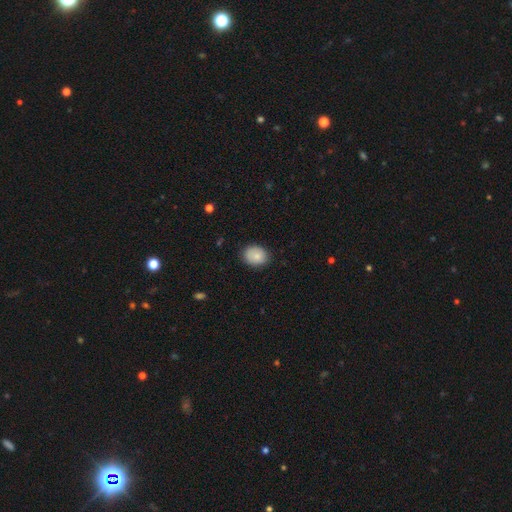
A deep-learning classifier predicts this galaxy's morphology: Overall: smooth (84%). How rounded: round (52%; in between 47%). Merging: none (82%).